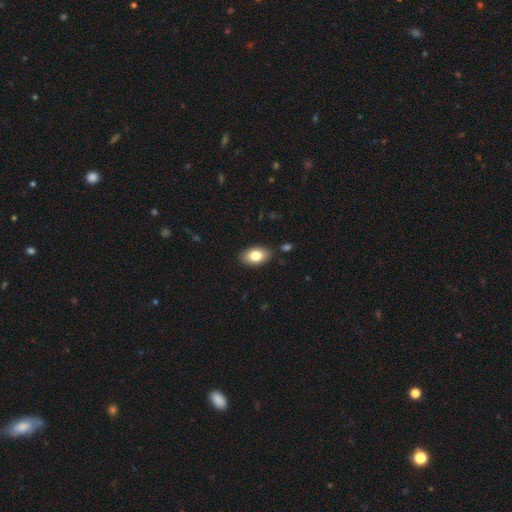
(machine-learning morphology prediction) Overall: smooth (82%). How rounded: in between (91%). Merging: none (87%).